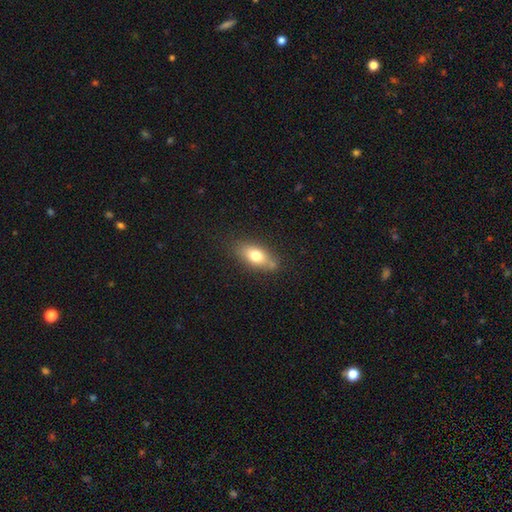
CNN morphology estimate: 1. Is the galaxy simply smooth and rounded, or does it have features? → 73% smooth, 19% featured or disk, 8% star or artifact.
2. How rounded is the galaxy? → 80% in between, 13% cigar-shaped, 6% round.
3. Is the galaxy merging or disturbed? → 73% none, 17% minor disturbance, 5% merger, 4% major disturbance.